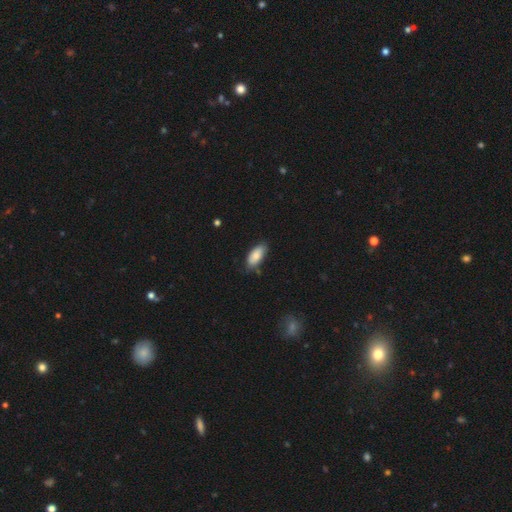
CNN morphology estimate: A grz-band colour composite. It shows a smooth galaxy with no disk features (82%) that is in between round and cigar-shaped (89%). Merging: none (74%).